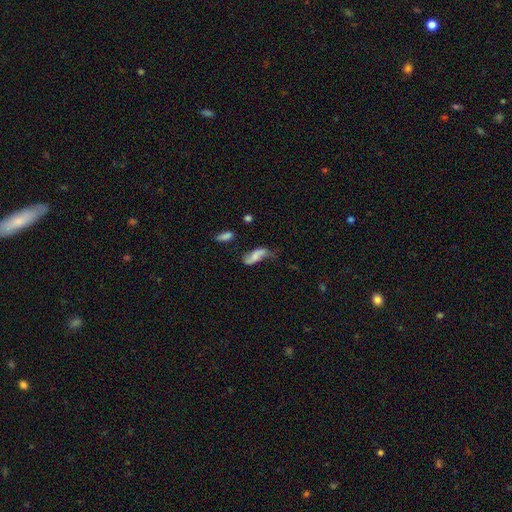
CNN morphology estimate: featured or disk 45% (tied), smooth 45% (tied), star or artifact 10%. Down the decision tree: merging — none (41%).